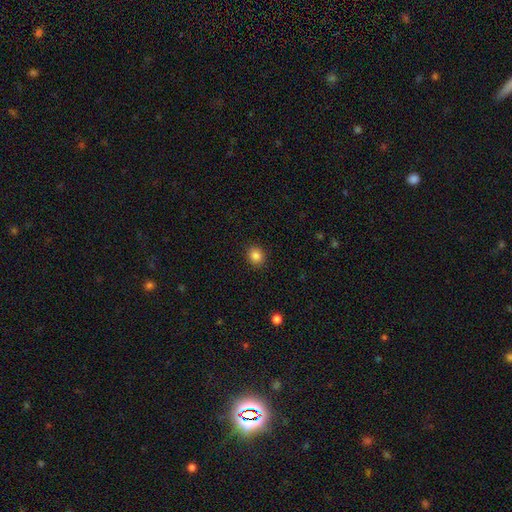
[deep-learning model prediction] Overall: smooth (85%). How rounded: round (80%). Merging: none (91%).